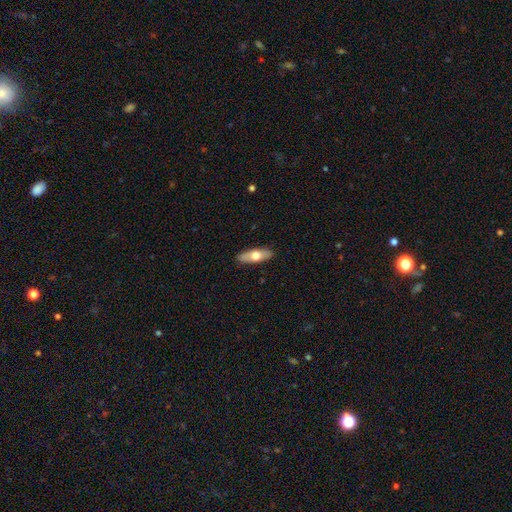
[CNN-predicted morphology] A smooth galaxy with no disk features (60%) that is in between round and cigar-shaped (64%). Merging: none (90%).